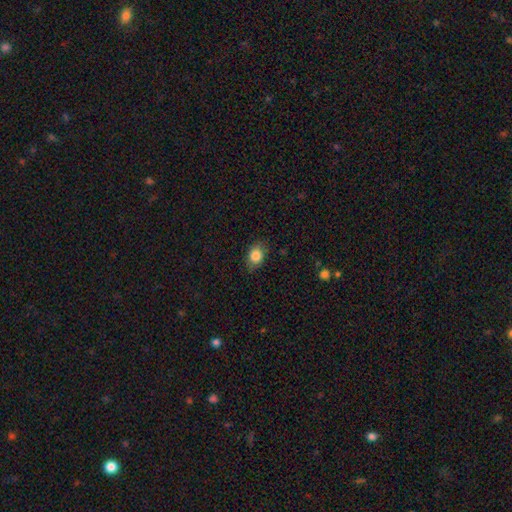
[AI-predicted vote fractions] Morphology: type=smooth (84%); roundness=in between (64%); merging=none (80%).